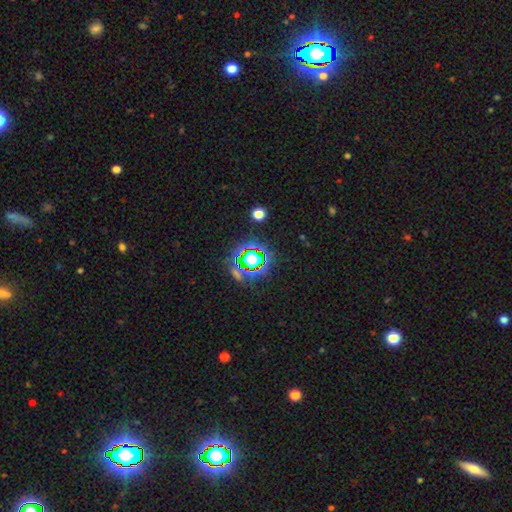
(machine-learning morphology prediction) A star or artifact, not a galaxy (74%).

Vote fractions:
- Smooth or featured? star or artifact: 74% / smooth: 16% / featured or disk: 10%